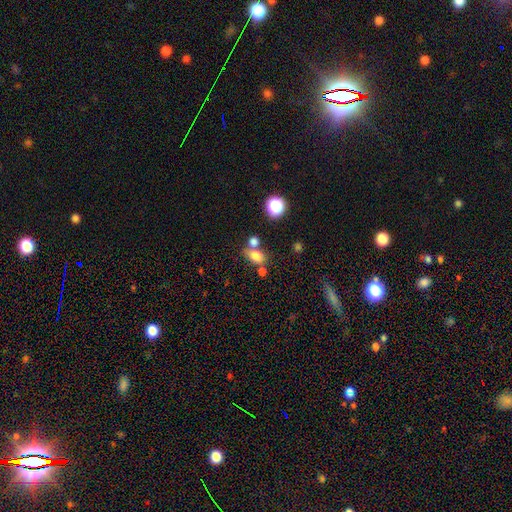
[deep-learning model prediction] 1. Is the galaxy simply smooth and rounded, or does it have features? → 77% smooth, 13% star or artifact, 10% featured or disk.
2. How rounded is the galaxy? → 69% in between, 29% round, 2% cigar-shaped.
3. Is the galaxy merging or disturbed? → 51% none, 31% merger, 13% minor disturbance, 5% major disturbance.